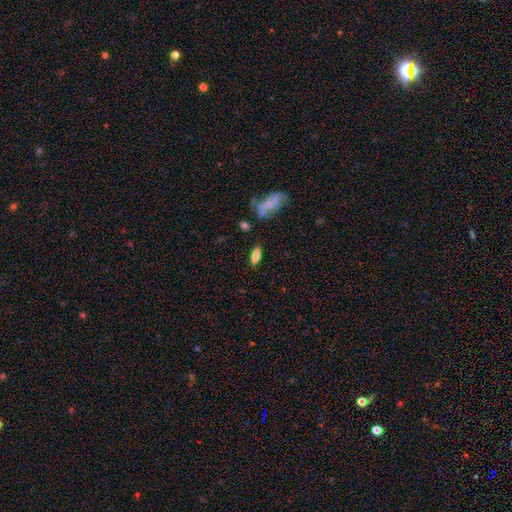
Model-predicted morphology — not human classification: A smooth galaxy with no disk features (73%) that is in between round and cigar-shaped (70%).

Vote fractions:
- Smooth or featured? smooth: 73% / featured or disk: 18% / star or artifact: 8%
- How rounded? in between: 70% / cigar-shaped: 28% / round: 2%
- Merging? none: 83% / minor disturbance: 11% / major disturbance: 3% / merger: 3%